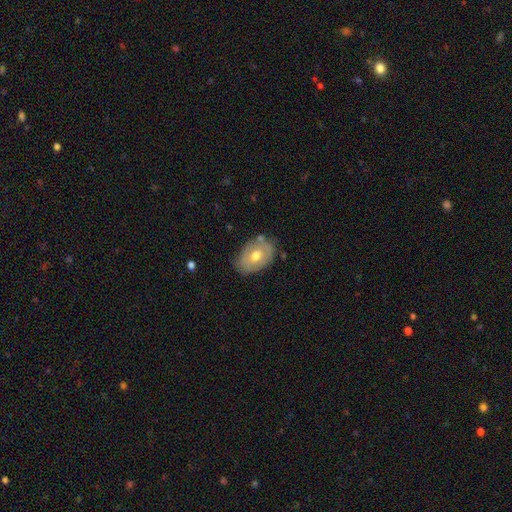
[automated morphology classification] type=smooth (58%); roundness=in between (83%); merging=none (74%).